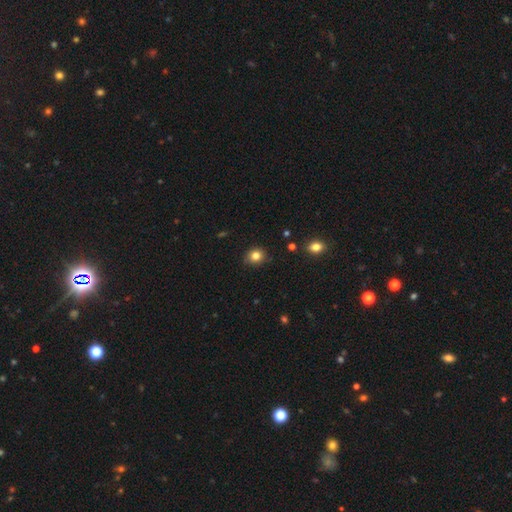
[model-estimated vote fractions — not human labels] A smooth galaxy with no disk features (83%) that is round (77%).

Vote fractions:
- Smooth or featured? smooth: 83% / star or artifact: 12% / featured or disk: 5%
- How rounded? round: 77% / in between: 22% / cigar-shaped: 1%
- Merging? none: 83% / minor disturbance: 14% / major disturbance: 2% / merger: 1%